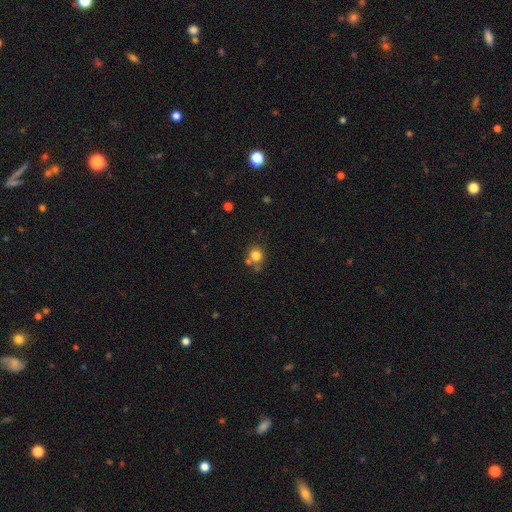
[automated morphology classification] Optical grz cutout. It shows a smooth galaxy with no disk features (80%) that is round (86%). Merging: none (64%).